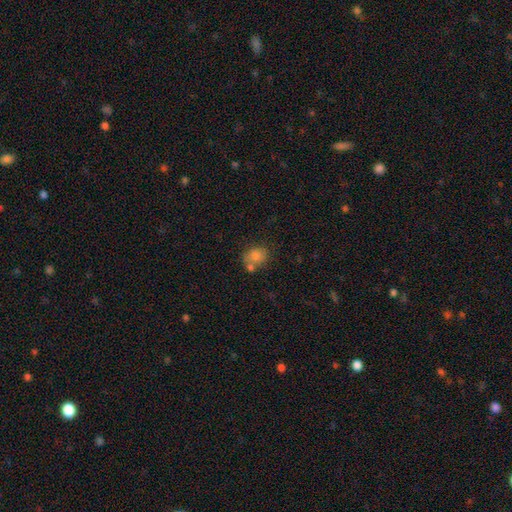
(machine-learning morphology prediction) A smooth galaxy with no disk features (77%) that is round (66%).

Vote fractions:
- Smooth or featured? smooth: 77% / star or artifact: 12% / featured or disk: 11%
- How rounded? round: 66% / in between: 33% / cigar-shaped: 1%
- Merging? none: 55% / merger: 26% / minor disturbance: 14% / major disturbance: 5%